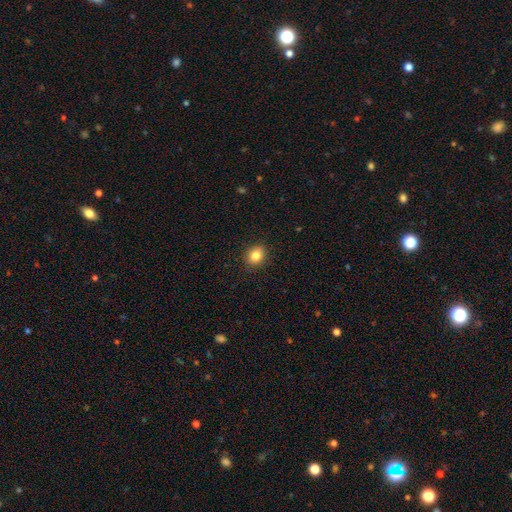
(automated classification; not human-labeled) Q: Smooth or featured?
A: smooth (84%); runner-up: star or artifact (10%)
Q: How rounded?
A: round (63%); runner-up: in between (36%)
Q: Merging?
A: none (90%); runner-up: minor disturbance (7%)